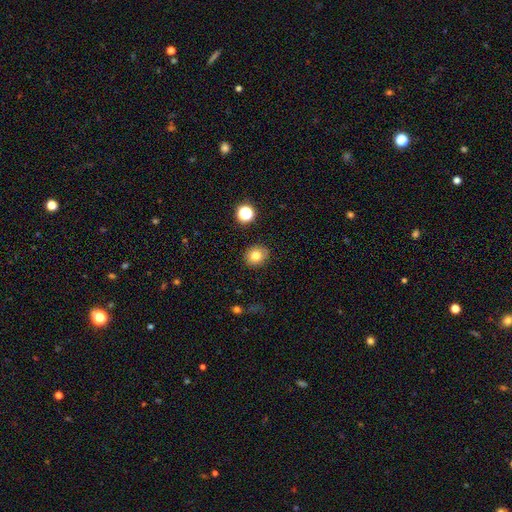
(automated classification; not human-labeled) A smooth galaxy with no disk features (79%) that is round (77%).

Vote fractions:
- Smooth or featured? smooth: 79% / star or artifact: 12% / featured or disk: 9%
- How rounded? round: 77% / in between: 22% / cigar-shaped: 1%
- Merging? none: 88% / minor disturbance: 8% / major disturbance: 2% / merger: 2%